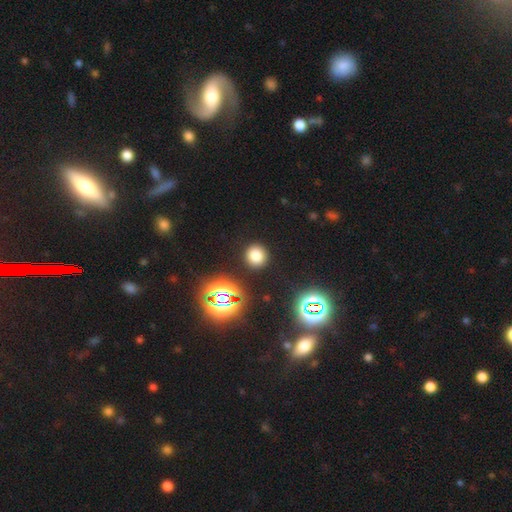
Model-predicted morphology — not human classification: smooth 72%, star or artifact 21%, featured or disk 7%. Down the decision tree: how rounded — round (90%); merging — none (90%).